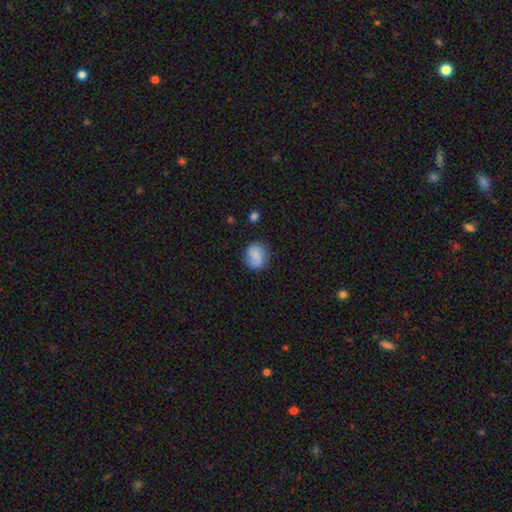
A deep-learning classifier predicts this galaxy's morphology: A smooth galaxy with no disk features (77%) that is round (66%).

Vote fractions:
- Smooth or featured? smooth: 77% / featured or disk: 14% / star or artifact: 9%
- How rounded? round: 66% / in between: 32% / cigar-shaped: 1%
- Merging? none: 71% / minor disturbance: 20% / major disturbance: 6% / merger: 3%